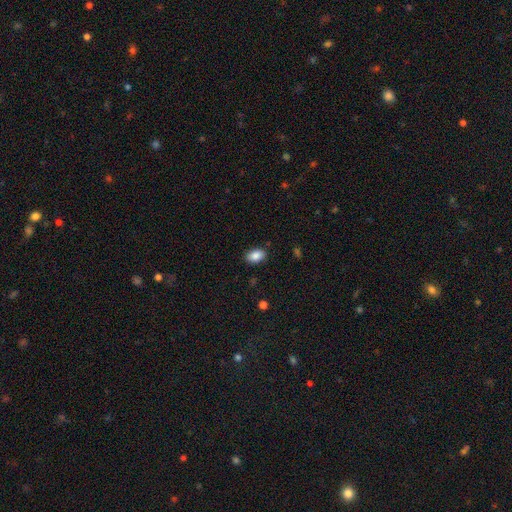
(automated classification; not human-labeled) Smooth or featured?
  - smooth: 88% *
  - star or artifact: 8%
  - featured or disk: 5%
How rounded?
  - in between: 87% *
  - round: 12%
  - cigar-shaped: 1%
Merging?
  - none: 87% *
  - minor disturbance: 10%
  - major disturbance: 2%
  - merger: 1%